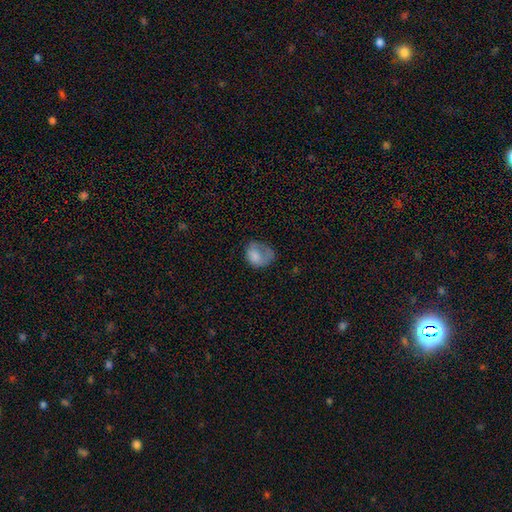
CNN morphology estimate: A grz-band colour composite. It shows a smooth galaxy with no disk features (71%) that is in between round and cigar-shaped (52%). Merging: major disturbance (41%).